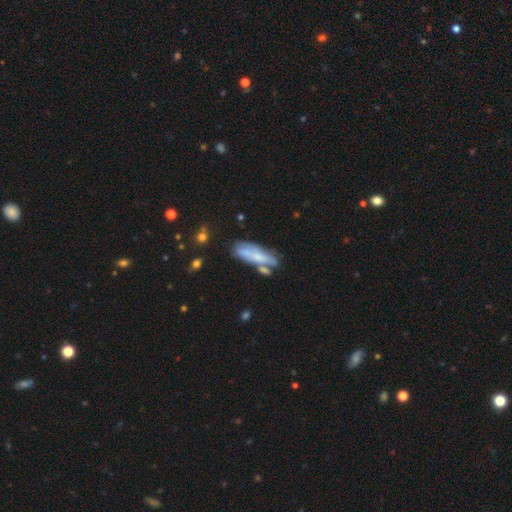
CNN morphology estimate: A smooth galaxy with no disk features (48%). Merging: none (44%).